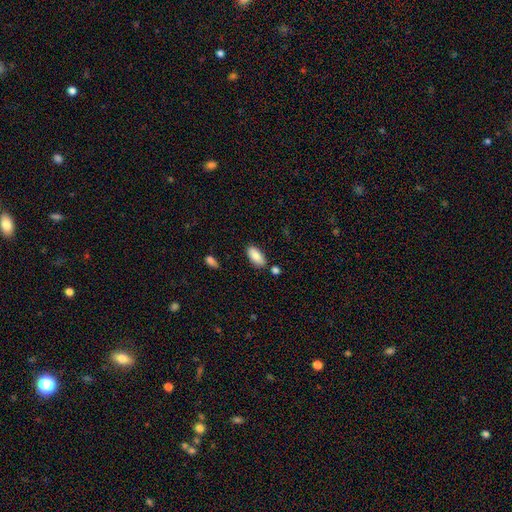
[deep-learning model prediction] This is clearly a smooth galaxy (84%). How rounded: clearly in between (87%). Merging: clearly none (81%).